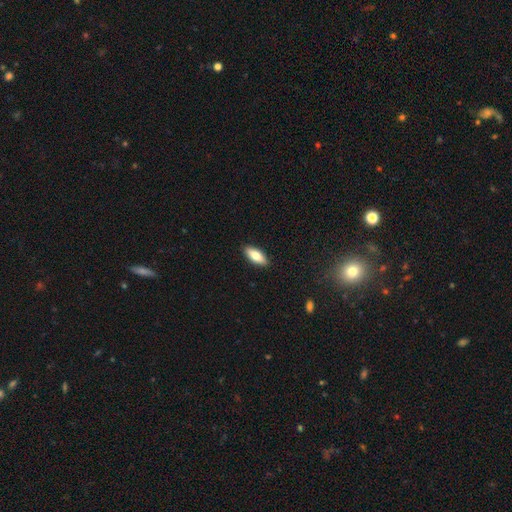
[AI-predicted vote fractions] This is likely a smooth galaxy (75%). How rounded: likely in between (76%). Merging: clearly none (90%).